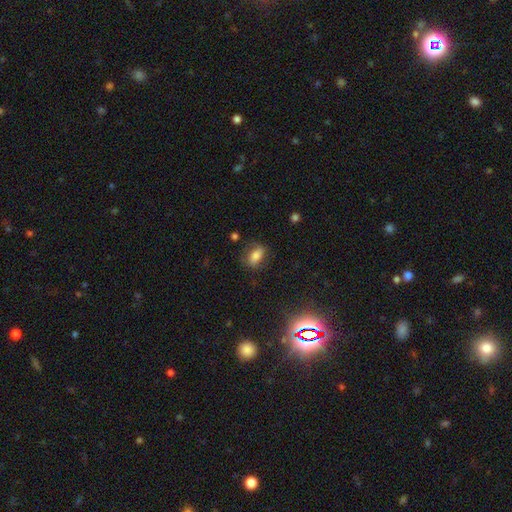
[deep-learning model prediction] smooth_or_featured: smooth (p=0.73) [alt: featured or disk p=0.16]
how_rounded: in between (p=0.83) [alt: round p=0.10]
merging: none (p=0.72) [alt: minor disturbance p=0.19]